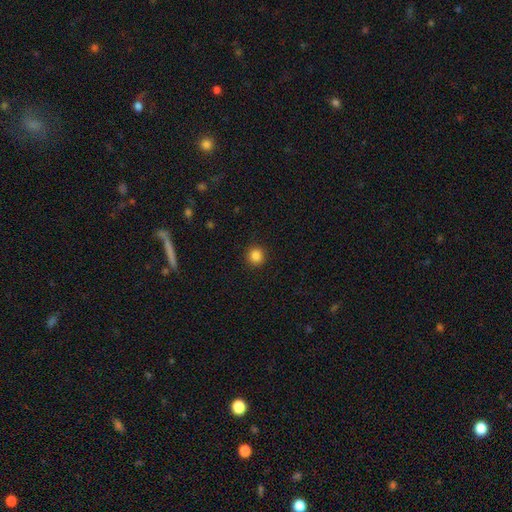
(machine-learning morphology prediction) smooth-or-featured: smooth: 85% | star or artifact: 11% | featured or disk: 4%
  how-rounded: round: 94% | in between: 5% | cigar-shaped: 1%
  merging: none: 92% | minor disturbance: 5% | major disturbance: 2% | merger: 1%